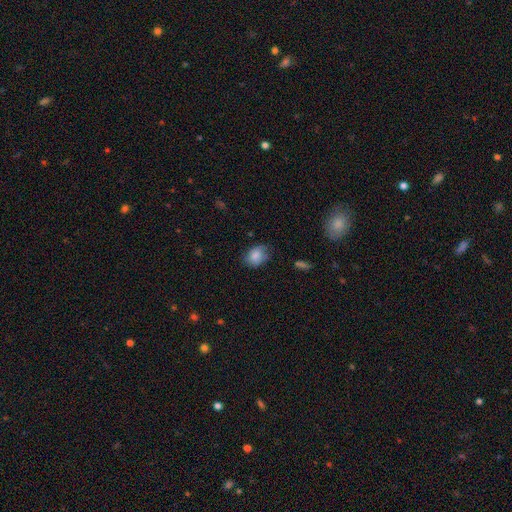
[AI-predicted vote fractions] smooth 81%, featured or disk 11%, star or artifact 8%. Down the decision tree: how rounded — in between (64%); merging — none (62%).